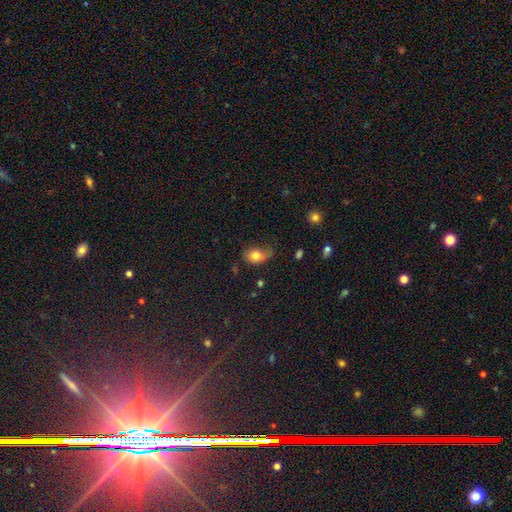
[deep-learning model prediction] Overall: smooth (76%). How rounded: in between (70%). Merging: none (40%; minor disturbance 36%).